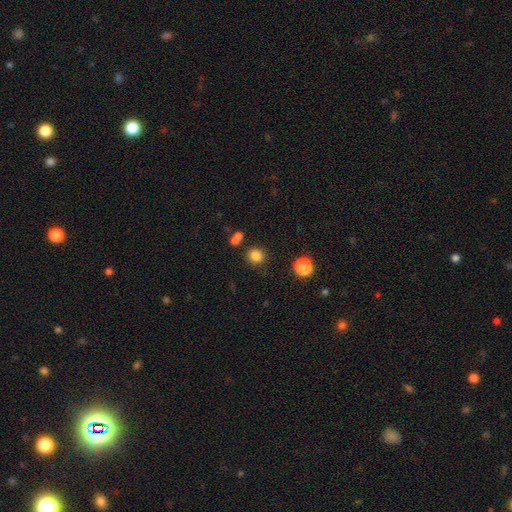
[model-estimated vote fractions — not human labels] smooth 82%, star or artifact 14%, featured or disk 5%. Down the decision tree: how rounded — round (87%); merging — none (81%).